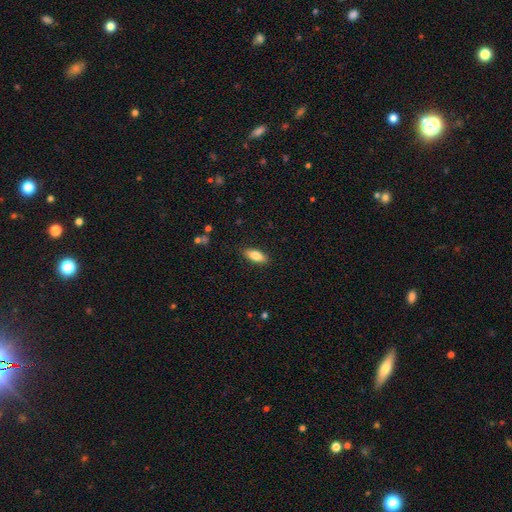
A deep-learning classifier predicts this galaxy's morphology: Smooth or featured? Predicted: smooth (p=0.82). How rounded? Predicted: in between (p=0.77). Merging? Predicted: none (p=0.88).